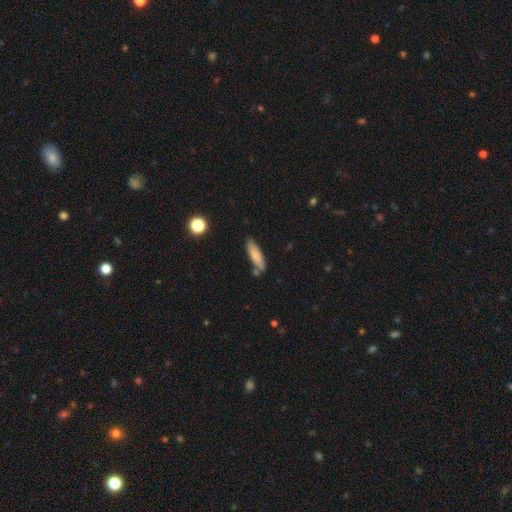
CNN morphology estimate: Smooth or featured? Predicted: smooth (p=0.79). How rounded? Predicted: cigar-shaped (p=0.63). Merging? Predicted: none (p=0.76).